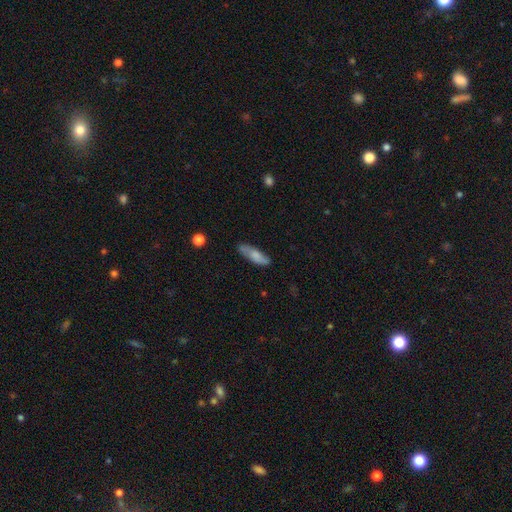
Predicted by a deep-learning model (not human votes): Smooth or featured? Predicted: smooth (p=0.72). How rounded? Predicted: cigar-shaped (p=0.52). Merging? Predicted: none (p=0.77).